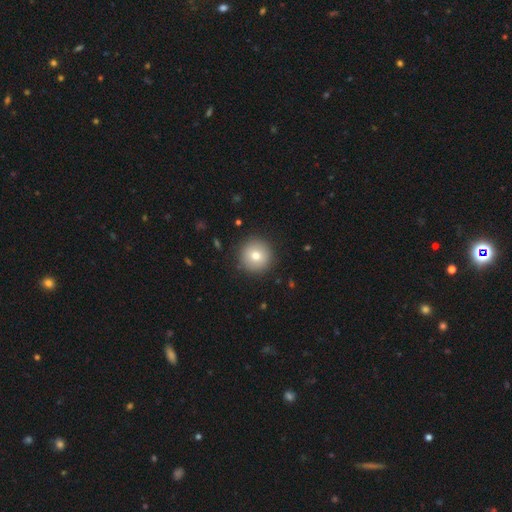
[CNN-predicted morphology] A smooth galaxy with no disk features (77%) that is round (96%).

Vote fractions:
- Smooth or featured? smooth: 77% / featured or disk: 13% / star or artifact: 10%
- How rounded? round: 96% / in between: 3% / cigar-shaped: 1%
- Merging? none: 91% / minor disturbance: 6% / major disturbance: 2% / merger: 1%